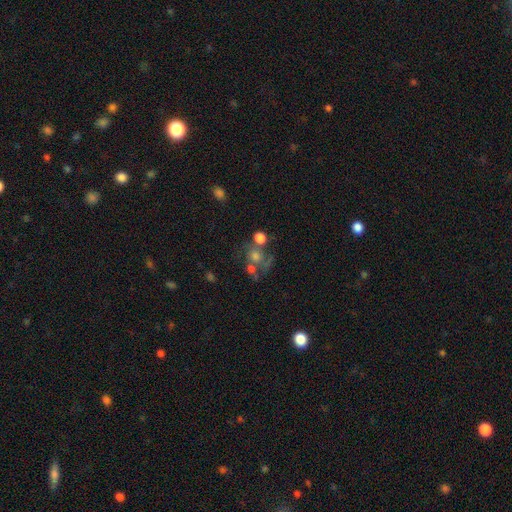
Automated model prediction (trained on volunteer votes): Smooth or featured?
  - smooth: 42% *
  - featured or disk: 37%
  - star or artifact: 21%
Merging?
  - none: 40% *
  - merger: 28%
  - major disturbance: 18%
  - minor disturbance: 14%